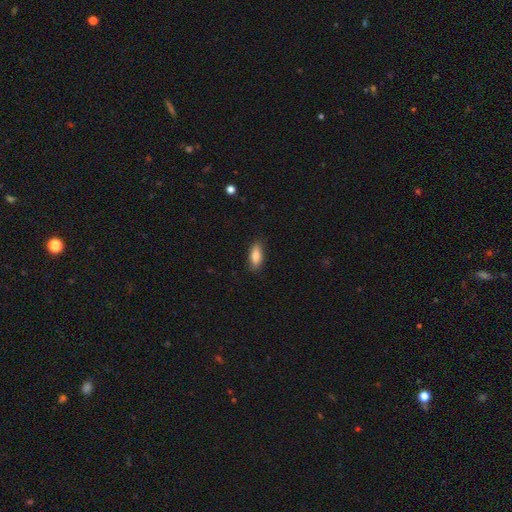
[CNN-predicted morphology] Q: Smooth or featured?
A: smooth (85%); runner-up: featured or disk (9%)
Q: How rounded?
A: in between (76%); runner-up: cigar-shaped (21%)
Q: Merging?
A: none (84%); runner-up: minor disturbance (12%)